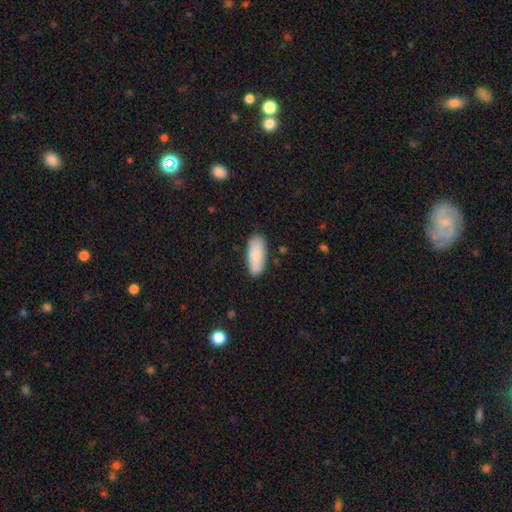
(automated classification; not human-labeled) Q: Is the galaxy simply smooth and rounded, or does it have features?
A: smooth — 86%.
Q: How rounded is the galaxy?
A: in between — 83%.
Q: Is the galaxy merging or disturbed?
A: none — 85%.